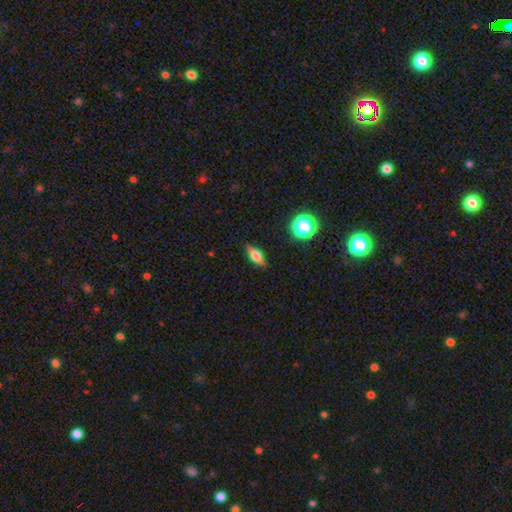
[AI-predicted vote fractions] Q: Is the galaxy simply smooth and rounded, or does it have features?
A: smooth — 51%.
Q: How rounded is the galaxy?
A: in between — 64%.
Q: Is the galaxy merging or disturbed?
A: none — 85%.